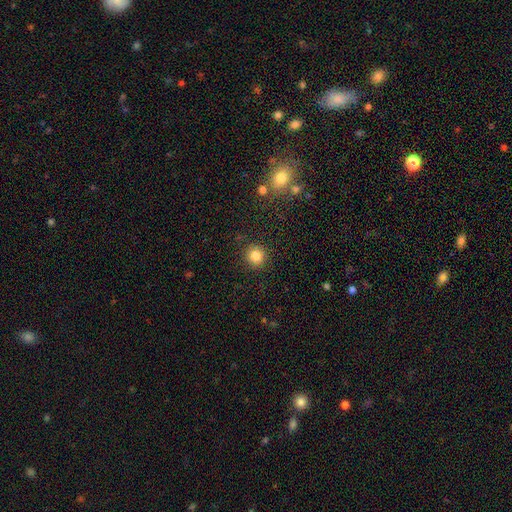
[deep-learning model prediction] Smooth or featured?
  - smooth: 83% *
  - star or artifact: 11%
  - featured or disk: 5%
How rounded?
  - round: 92% *
  - in between: 7%
  - cigar-shaped: 1%
Merging?
  - none: 89% *
  - minor disturbance: 6%
  - major disturbance: 3%
  - merger: 2%